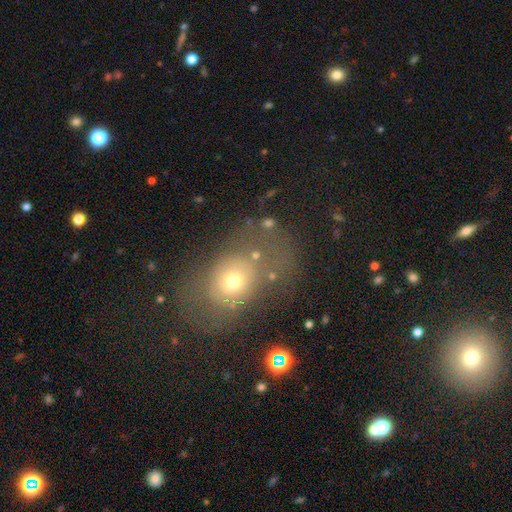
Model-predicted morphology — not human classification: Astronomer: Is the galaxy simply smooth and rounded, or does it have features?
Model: smooth — 58%.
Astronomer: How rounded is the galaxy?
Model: in between — 64%.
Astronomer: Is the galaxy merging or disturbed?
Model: none — 55%.